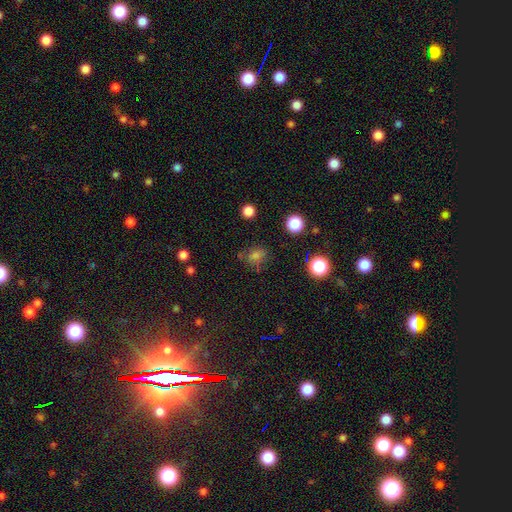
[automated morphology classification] Smooth or featured?
  - smooth: 64% *
  - star or artifact: 27%
  - featured or disk: 10%
How rounded?
  - in between: 52% *
  - round: 46%
  - cigar-shaped: 2%
Merging?
  - none: 71% *
  - minor disturbance: 17%
  - major disturbance: 7%
  - merger: 4%